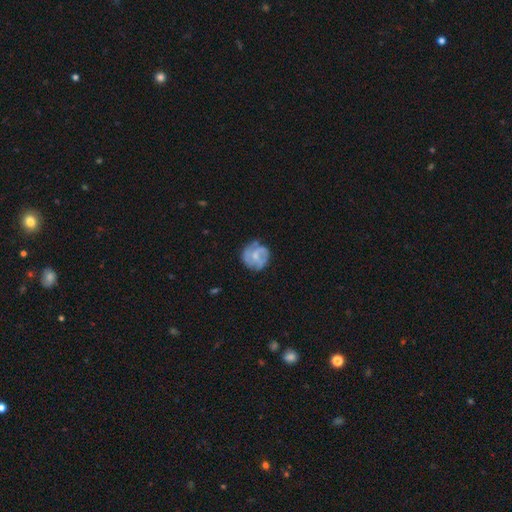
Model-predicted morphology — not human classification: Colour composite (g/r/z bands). It shows a featured or disk galaxy (59%) with no bar (59%), spiral arms (73%) and a small central bulge (50%). Merging: none (68%).